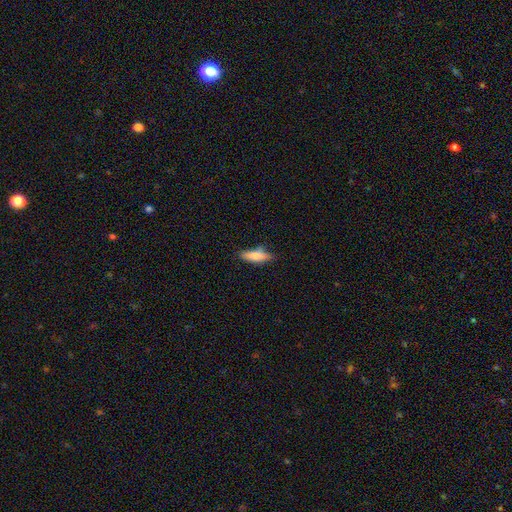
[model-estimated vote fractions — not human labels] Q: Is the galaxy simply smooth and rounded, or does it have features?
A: smooth — 78%.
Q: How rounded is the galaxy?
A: in between — 49%, tied with cigar-shaped.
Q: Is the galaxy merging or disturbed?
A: none — 71%.